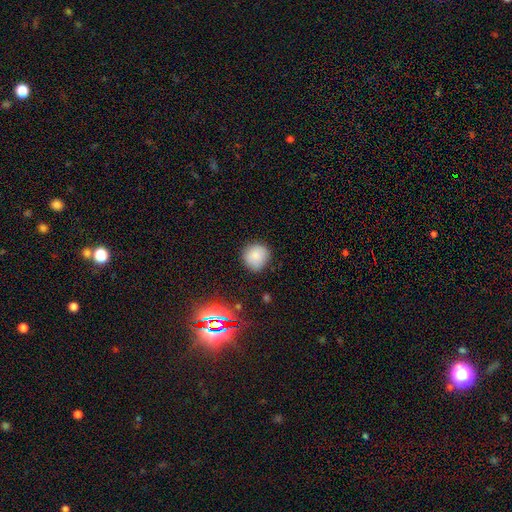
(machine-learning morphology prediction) A smooth galaxy with no disk features (81%) that is round (90%). Merging: none (81%).